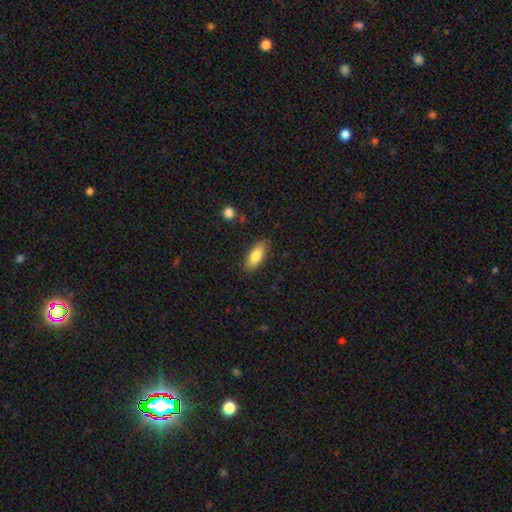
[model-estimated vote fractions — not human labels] smooth-or-featured: smooth: 81% | featured or disk: 12% | star or artifact: 6%
  how-rounded: in between: 84% | cigar-shaped: 14% | round: 2%
  merging: none: 85% | minor disturbance: 11% | major disturbance: 3% | merger: 1%